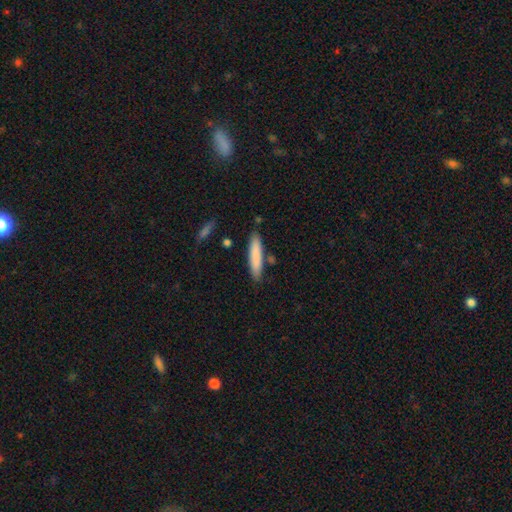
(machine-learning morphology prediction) type=smooth (83%); roundness=cigar-shaped (86%); merging=none (83%).